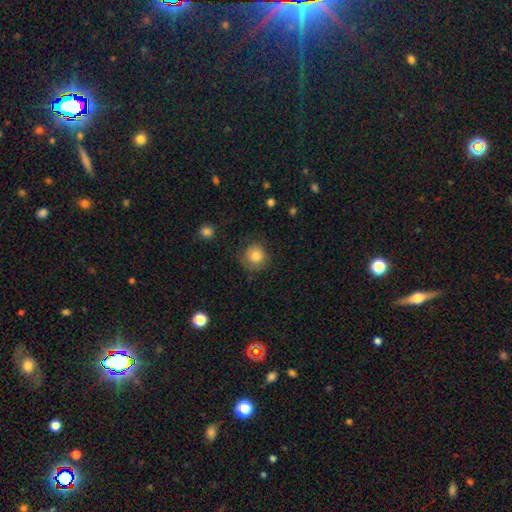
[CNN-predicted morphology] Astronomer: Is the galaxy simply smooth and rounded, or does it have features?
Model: smooth — 82%.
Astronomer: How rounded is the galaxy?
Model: round — 91%.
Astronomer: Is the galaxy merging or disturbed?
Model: none — 76%.